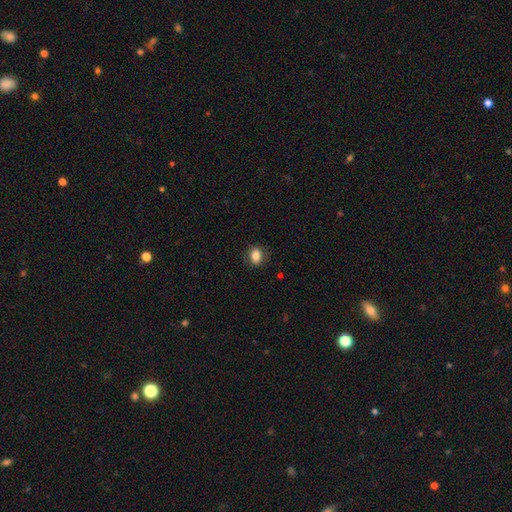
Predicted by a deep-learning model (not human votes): The model was most divided on "how rounded": in between: 68%, round: 30%, cigar-shaped: 2%. More confident: merging — none (83%); smooth or featured — smooth (82%).